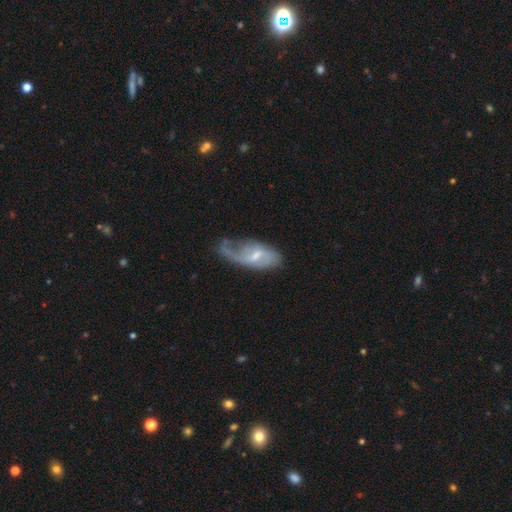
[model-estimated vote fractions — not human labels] featured or disk 70%, smooth 24%, star or artifact 6%. Down the decision tree: edge-on disk — no (93%); bar — weak (57%); spiral arms — yes (83%); spiral arm count — 2 (43%); spiral winding — loose (60%); bulge size — small (51%); merging — none (35%).